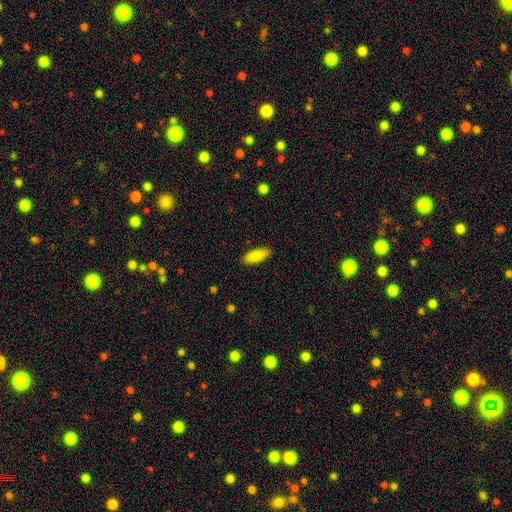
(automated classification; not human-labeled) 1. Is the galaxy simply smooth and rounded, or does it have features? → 89% smooth, 6% star or artifact, 5% featured or disk.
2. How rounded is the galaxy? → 73% in between, 26% cigar-shaped, 2% round.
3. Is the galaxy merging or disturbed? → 88% none, 9% minor disturbance, 2% major disturbance, 1% merger.